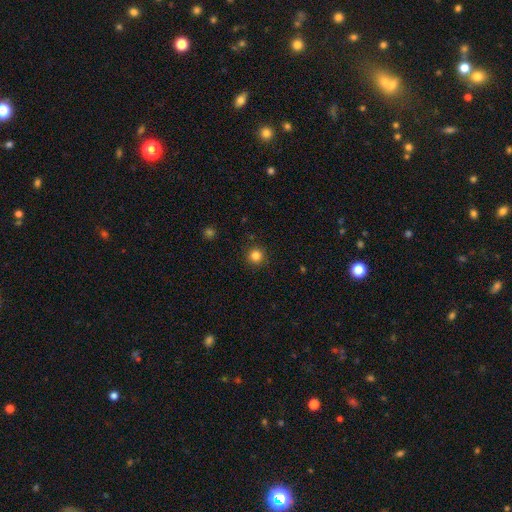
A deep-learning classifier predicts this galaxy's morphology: A smooth galaxy with no disk features (83%) that is round (95%). Merging: none (91%).